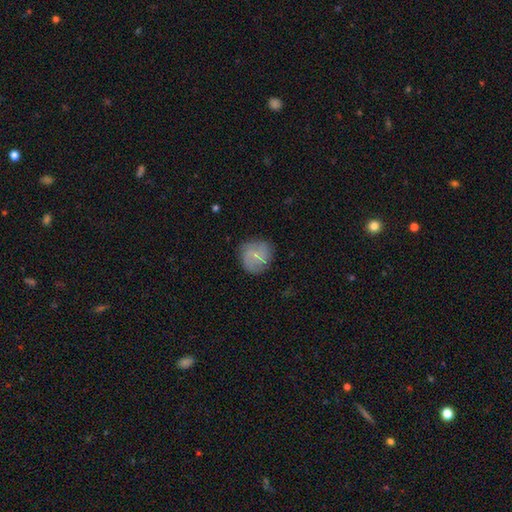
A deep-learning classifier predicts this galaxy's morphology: Smooth or featured? featured or disk (49%)
Merging? none (78%)